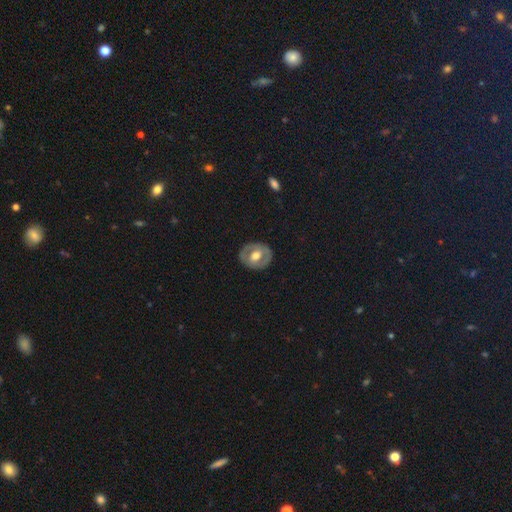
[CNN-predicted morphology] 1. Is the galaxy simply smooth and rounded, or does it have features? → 57% featured or disk, 38% smooth, 5% star or artifact.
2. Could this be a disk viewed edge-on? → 95% no, 5% yes.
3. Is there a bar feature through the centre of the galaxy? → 50% no, 34% weak, 15% strong.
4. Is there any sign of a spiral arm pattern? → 74% no, 26% yes.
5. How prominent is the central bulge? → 66% moderate, 26% large, 6% small, 1% dominant, 1% none.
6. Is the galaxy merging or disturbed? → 84% none, 11% minor disturbance, 3% major disturbance, 1% merger.